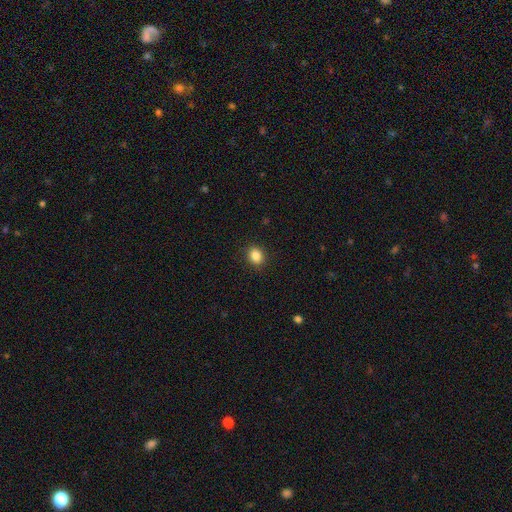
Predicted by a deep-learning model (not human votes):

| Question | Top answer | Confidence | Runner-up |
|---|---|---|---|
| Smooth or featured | smooth | 86% | star or artifact (10%) |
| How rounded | round | 57% | in between (42%) |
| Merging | none | 90% | minor disturbance (7%) |